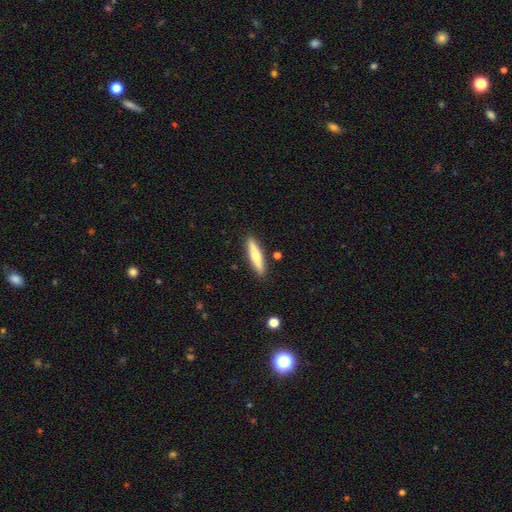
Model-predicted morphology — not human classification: A smooth galaxy with no disk features (60%) that is cigar-shaped (86%).

Vote fractions:
- Smooth or featured? smooth: 60% / featured or disk: 35% / star or artifact: 6%
- How rounded? cigar-shaped: 86% / in between: 13% / round: 2%
- Merging? none: 88% / minor disturbance: 8% / merger: 2% / major disturbance: 2%